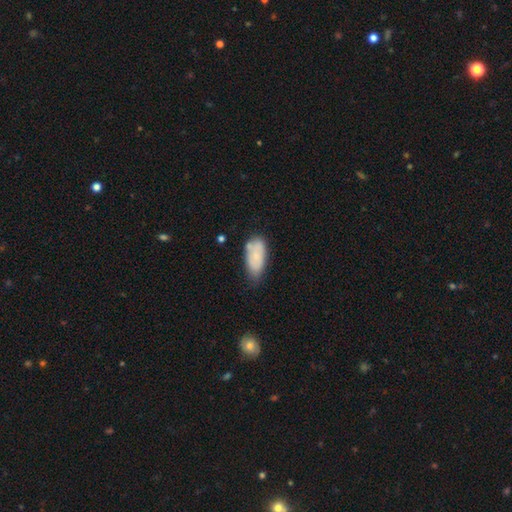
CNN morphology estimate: type=smooth (69%); roundness=in between (90%); merging=none (50%).